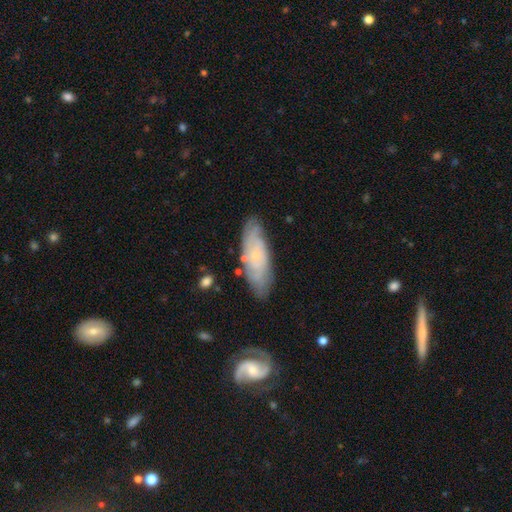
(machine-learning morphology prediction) This is likely a featured or disk galaxy (62%). It is clearly not viewed edge-on (84%). Bar: likely no (77%). Spiral arm pattern: clearly yes (85%). Central bulge: clearly small (80%). Merging: likely none (74%).